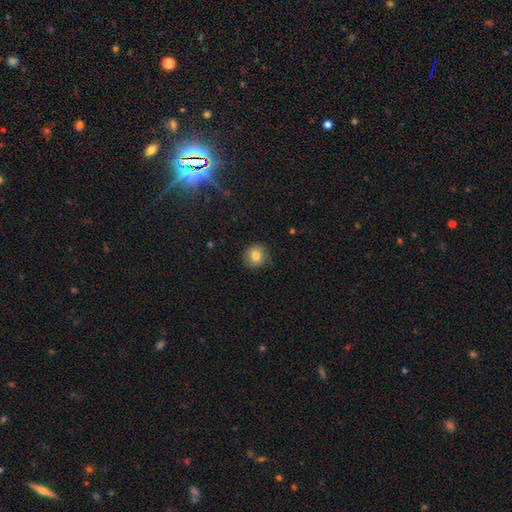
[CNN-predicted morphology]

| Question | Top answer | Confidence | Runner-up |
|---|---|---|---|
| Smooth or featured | smooth | 79% | featured or disk (11%) |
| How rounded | round | 90% | in between (9%) |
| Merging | none | 82% | minor disturbance (14%) |